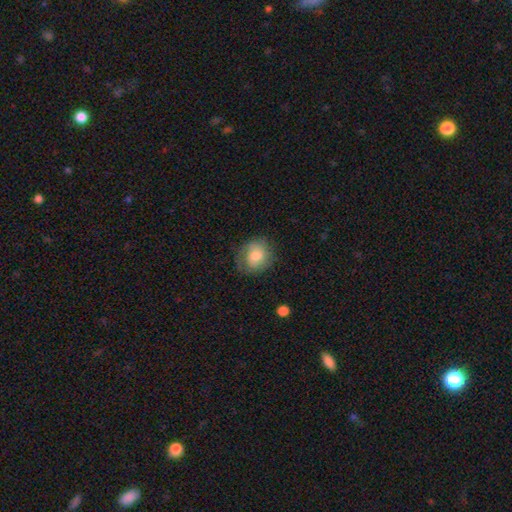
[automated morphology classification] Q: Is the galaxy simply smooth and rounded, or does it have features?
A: smooth — 67%.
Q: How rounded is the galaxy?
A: round — 65%.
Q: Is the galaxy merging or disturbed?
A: none — 69%.